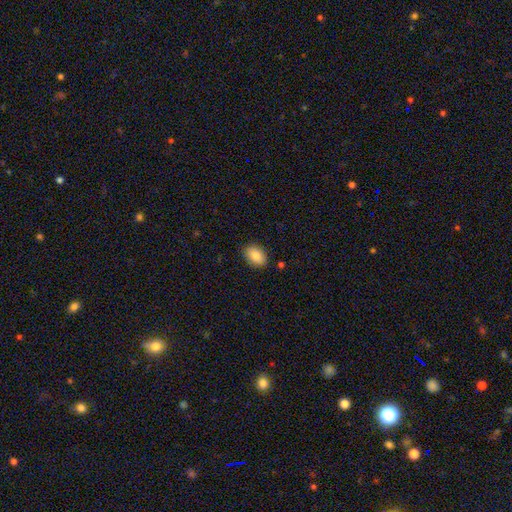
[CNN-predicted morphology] A smooth galaxy with no disk features (85%) that is in between round and cigar-shaped (83%). Merging: none (86%).